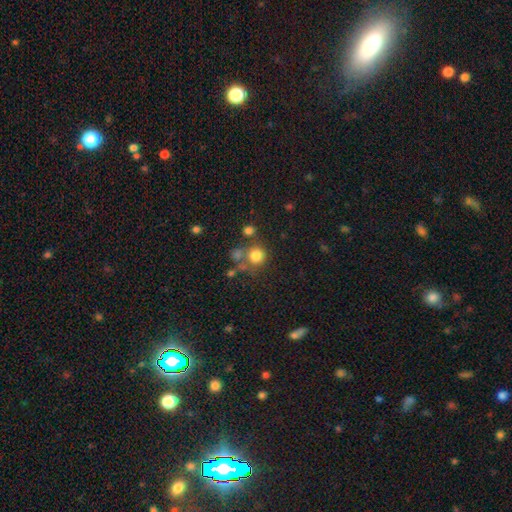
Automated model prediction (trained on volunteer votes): A smooth galaxy with no disk features (77%) that is round (91%). Merging: none (65%).